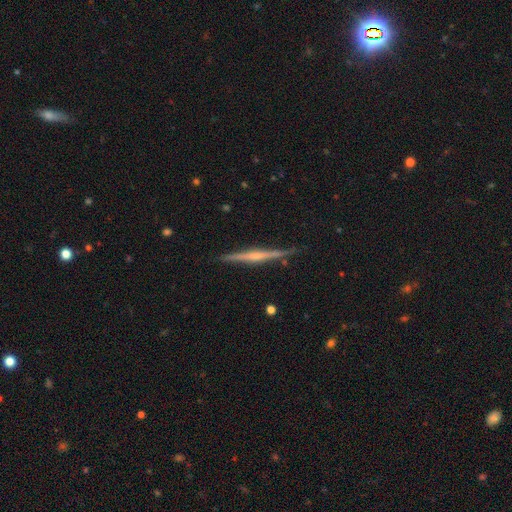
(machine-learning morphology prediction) Overall: featured or disk (74%). Edge-on disk: yes (98%). Edge-on bulge: rounded (55%; none 32%). Merging: none (87%).